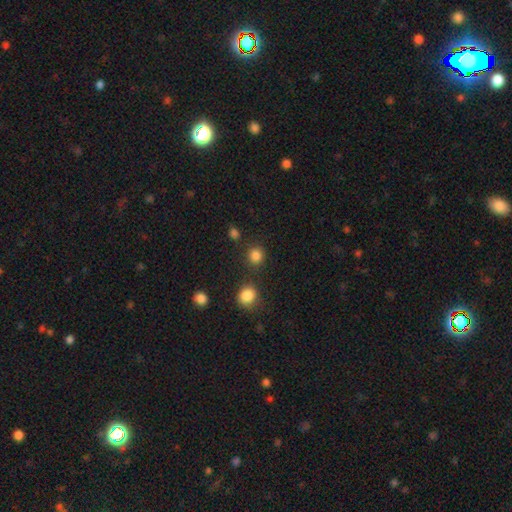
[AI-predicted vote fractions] A smooth galaxy with no disk features (83%) that is round (87%).

Vote fractions:
- Smooth or featured? smooth: 83% / star or artifact: 13% / featured or disk: 4%
- How rounded? round: 87% / in between: 12% / cigar-shaped: 1%
- Merging? none: 80% / minor disturbance: 8% / merger: 8% / major disturbance: 4%